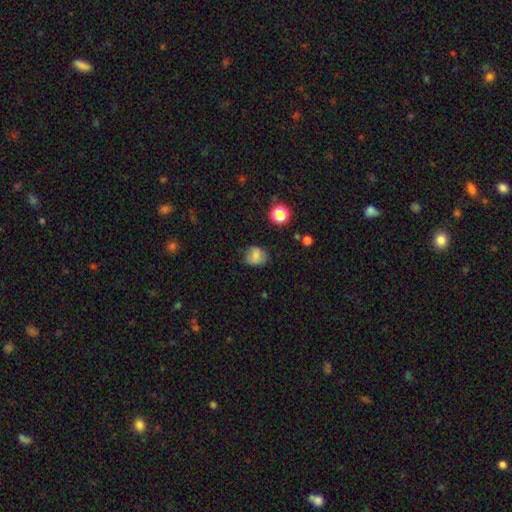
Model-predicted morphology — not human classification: This is likely a smooth galaxy (78%). How rounded: likely round (64%). Merging: likely none (71%).